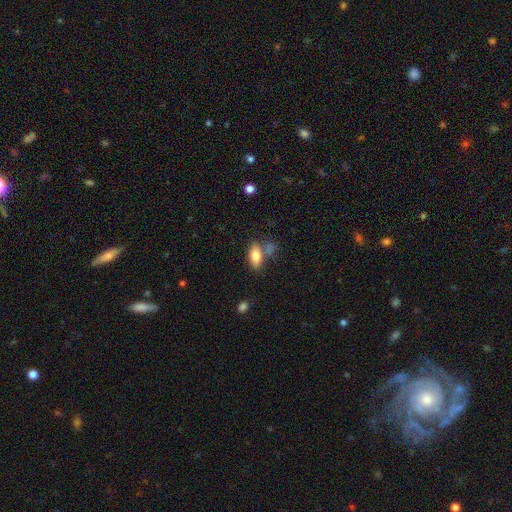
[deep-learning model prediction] Smooth or featured: smooth — 79% (featured or disk — 13%)
How rounded: in between — 87% (cigar-shaped — 9%)
Merging: none — 62% (merger — 18%)